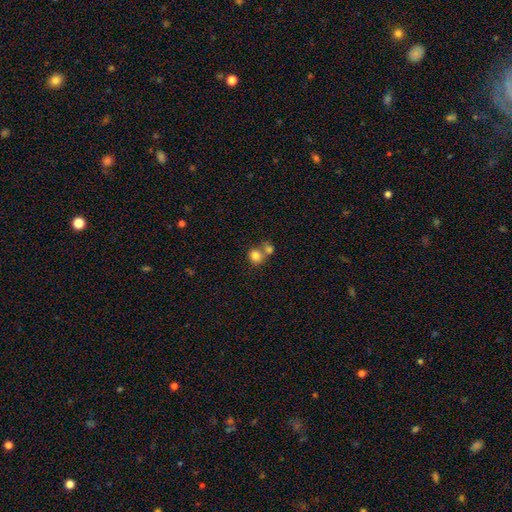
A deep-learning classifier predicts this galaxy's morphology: Smooth or featured? smooth (80%)
How rounded? round (71%)
Merging? merger (47%)